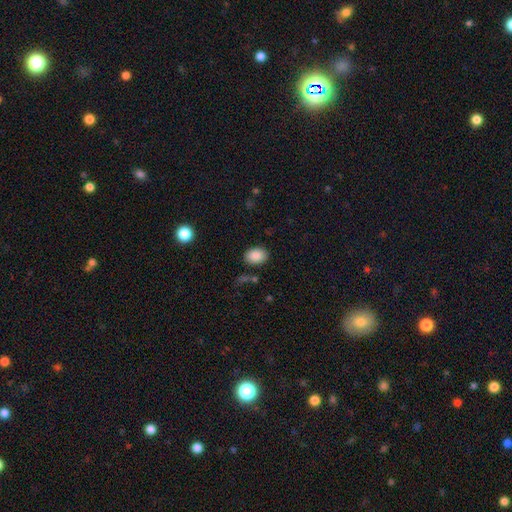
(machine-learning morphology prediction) Smooth or featured? Predicted: smooth (p=0.88). How rounded? Predicted: in between (p=0.78). Merging? Predicted: none (p=0.84).